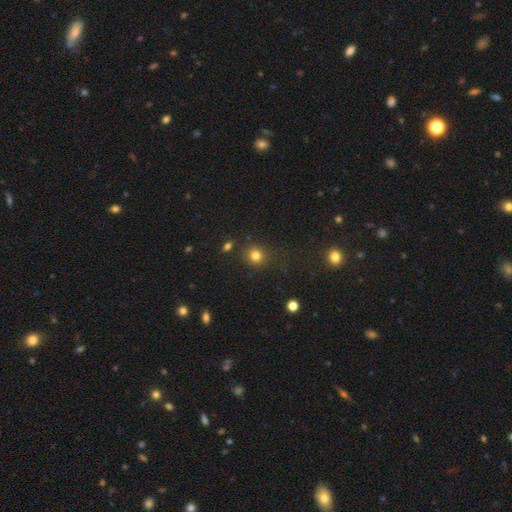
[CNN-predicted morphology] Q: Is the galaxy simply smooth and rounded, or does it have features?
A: smooth — 79%.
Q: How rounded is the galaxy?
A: round — 87%.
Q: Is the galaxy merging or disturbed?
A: none — 82%.